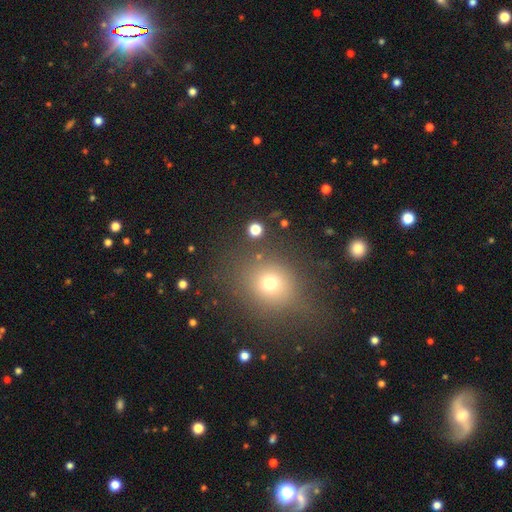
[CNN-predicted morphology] smooth 59%, star or artifact 31%, featured or disk 10%. Down the decision tree: how rounded — round (71%); merging — none (82%).